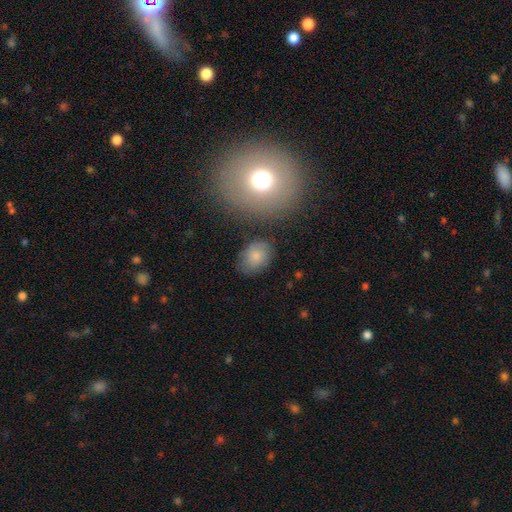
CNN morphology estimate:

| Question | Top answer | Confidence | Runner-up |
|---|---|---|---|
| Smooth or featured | smooth | 81% | featured or disk (10%) |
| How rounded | in between | 71% | round (28%) |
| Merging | none | 74% | minor disturbance (16%) |